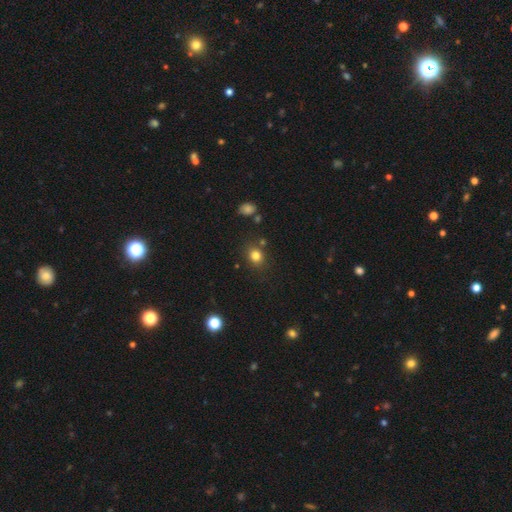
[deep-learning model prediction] smooth 81%, star or artifact 13%, featured or disk 6%. Down the decision tree: how rounded — round (68%); merging — none (80%).